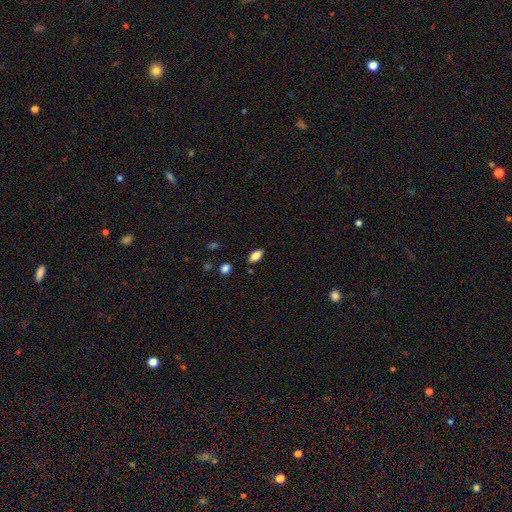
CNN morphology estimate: The model was most divided on "merging": none: 84%, minor disturbance: 11%, major disturbance: 2%, merger: 2%. More confident: how rounded — in between (89%); smooth or featured — smooth (83%).